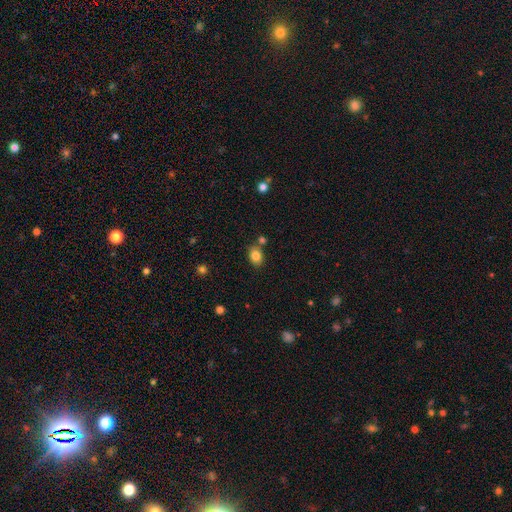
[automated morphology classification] A smooth galaxy with no disk features (83%) that is in between round and cigar-shaped (61%). Merging: none (75%).